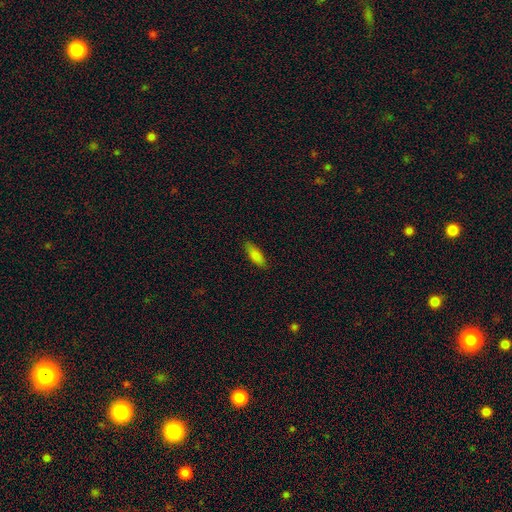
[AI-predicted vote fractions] A smooth galaxy with no disk features (83%) that is in between round and cigar-shaped (58%). Merging: none (85%).